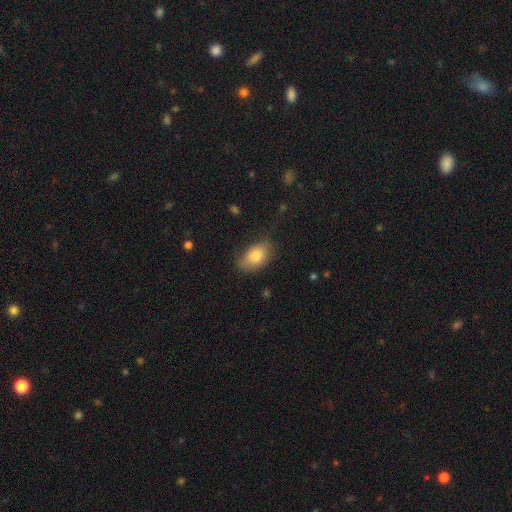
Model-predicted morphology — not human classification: This appears to be a smooth galaxy with no disk features (80%) that is in between round and cigar-shaped (90%). Merging: none (72%).